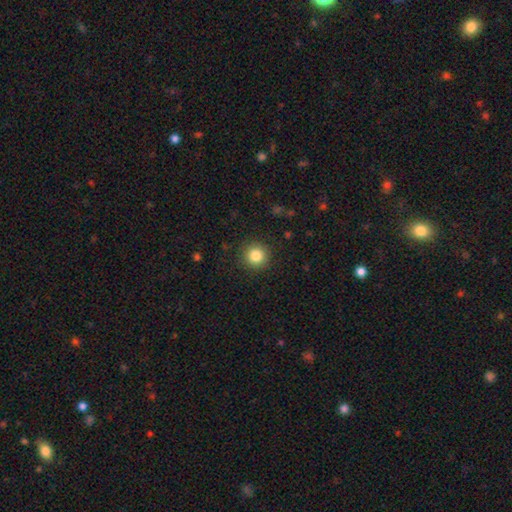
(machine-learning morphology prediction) Smooth or featured? Predicted: smooth (p=0.84). How rounded? Predicted: round (p=0.95). Merging? Predicted: none (p=0.90).